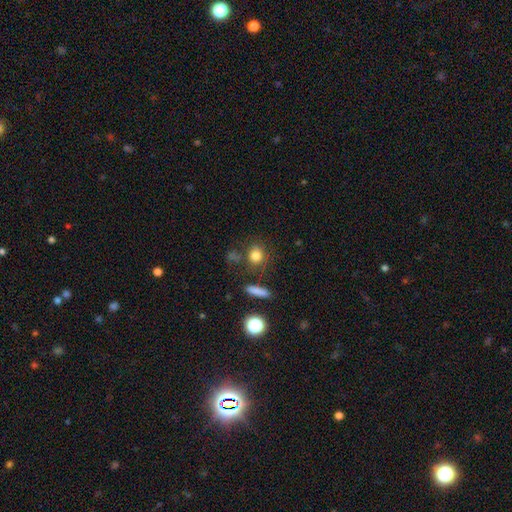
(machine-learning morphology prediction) Smooth or featured? smooth (80%)
How rounded? round (77%)
Merging? none (76%)